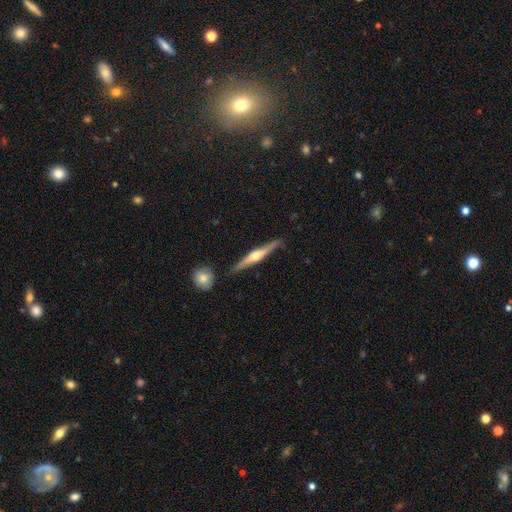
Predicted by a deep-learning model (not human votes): Smooth or featured? featured or disk (68%)
Edge-on disk? yes (97%)
Edge-on bulge? rounded (90%)
Merging? none (84%)